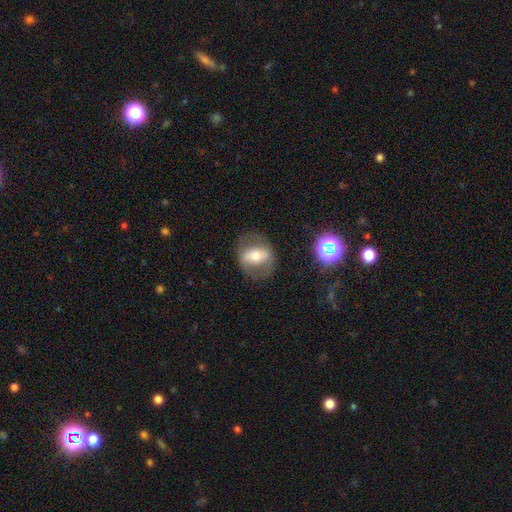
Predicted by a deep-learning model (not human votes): Smooth or featured?
  - featured or disk: 52% *
  - smooth: 40%
  - star or artifact: 9%
Edge-on disk?
  - no: 88% *
  - yes: 12%
Merging?
  - none: 74% *
  - minor disturbance: 15%
  - major disturbance: 10%
  - merger: 2%